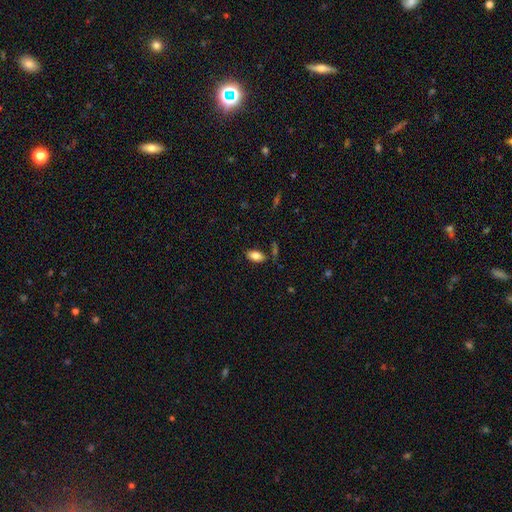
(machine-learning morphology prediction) Overall: smooth (83%). How rounded: in between (92%). Merging: none (79%).